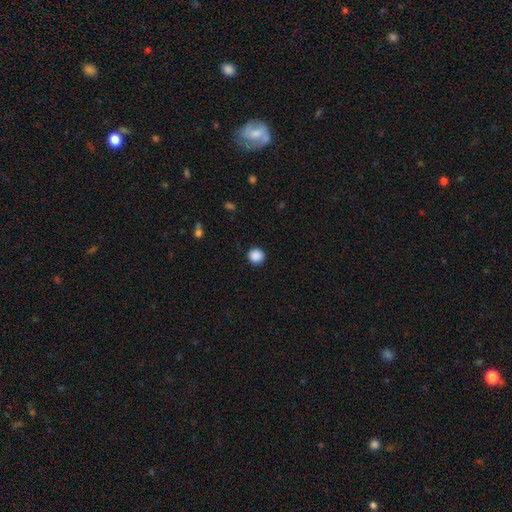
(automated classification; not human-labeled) The model was most divided on "smooth or featured": smooth: 88%, star or artifact: 10%, featured or disk: 2%. More confident: how rounded — round (95%); merging — none (91%).